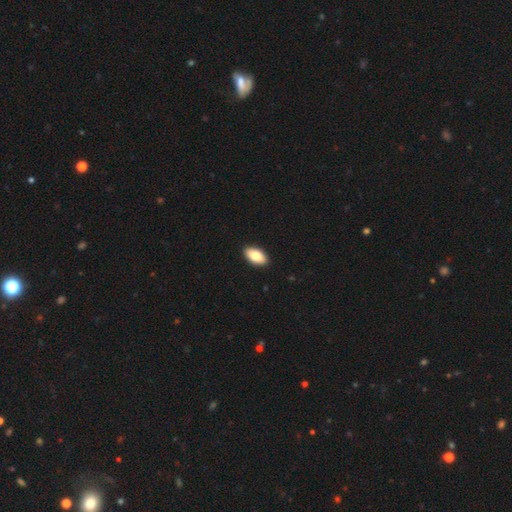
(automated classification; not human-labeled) Q: Smooth or featured?
A: smooth (83%); runner-up: featured or disk (10%)
Q: How rounded?
A: in between (94%); runner-up: round (3%)
Q: Merging?
A: none (92%); runner-up: minor disturbance (6%)